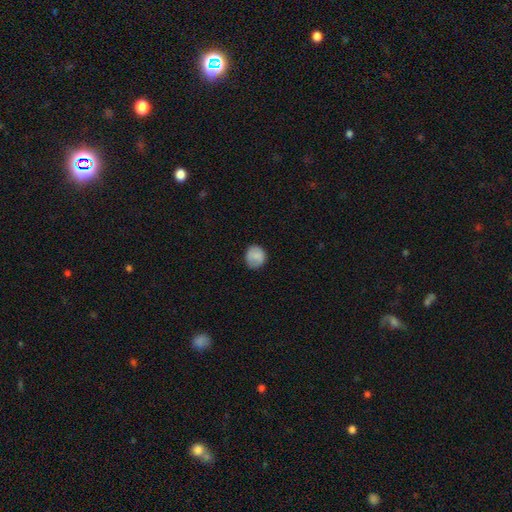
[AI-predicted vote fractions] smooth 81%, featured or disk 11%, star or artifact 8%. Down the decision tree: how rounded — round (83%); merging — none (79%).